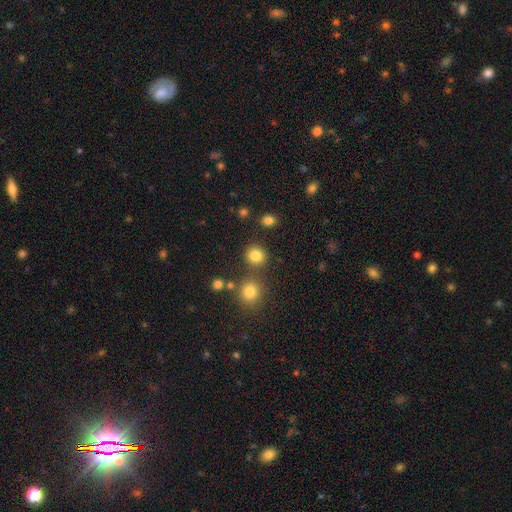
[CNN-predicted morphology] This appears to be a smooth galaxy with no disk features (82%) that is round (85%). Merging: none (81%).